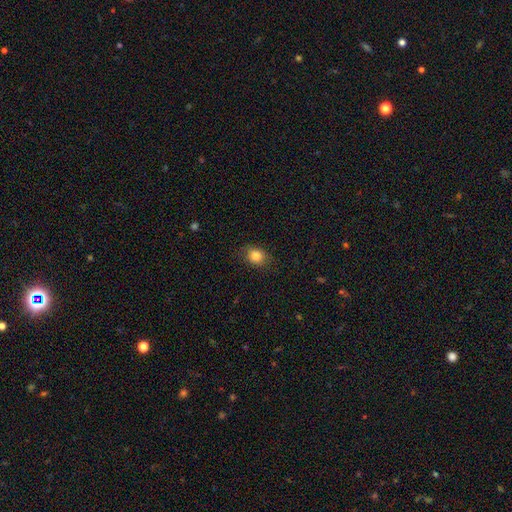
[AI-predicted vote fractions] smooth-or-featured: smooth: 84% | star or artifact: 10% | featured or disk: 6%
  how-rounded: round: 51% | in between: 48% | cigar-shaped: 1%
  merging: none: 78% | minor disturbance: 17% | major disturbance: 4% | merger: 1%